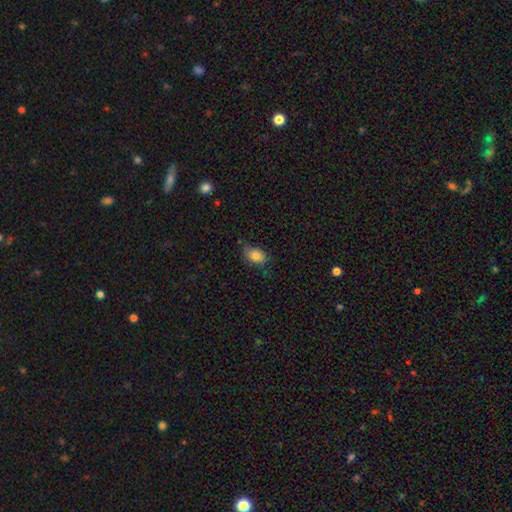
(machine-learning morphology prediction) The model was most divided on "merging": none: 68%, minor disturbance: 25%, major disturbance: 5%, merger: 2%. More confident: smooth or featured — smooth (85%); how rounded — in between (84%).